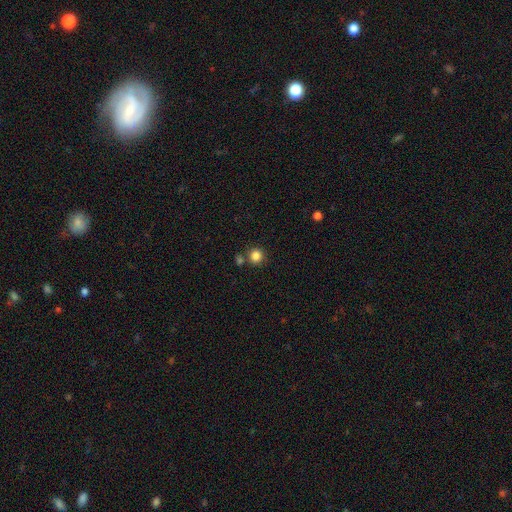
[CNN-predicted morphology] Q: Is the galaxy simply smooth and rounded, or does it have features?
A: smooth — 85%.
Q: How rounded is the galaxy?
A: round — 92%.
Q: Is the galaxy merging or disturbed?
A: none — 76%.